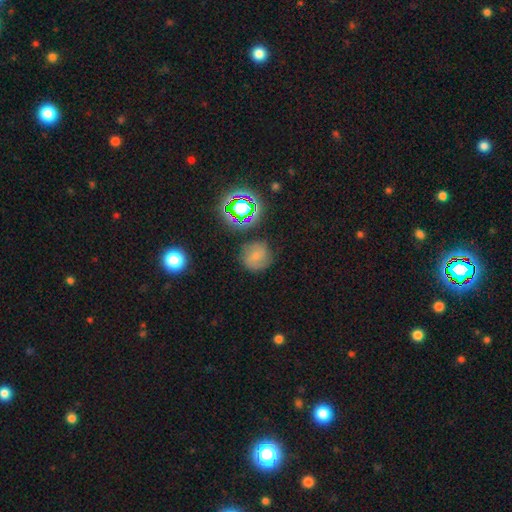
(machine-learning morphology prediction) smooth_or_featured: smooth (p=0.55) [alt: featured or disk p=0.27]
how_rounded: round (p=0.87) [alt: in between p=0.12]
merging: none (p=0.75) [alt: minor disturbance p=0.16]